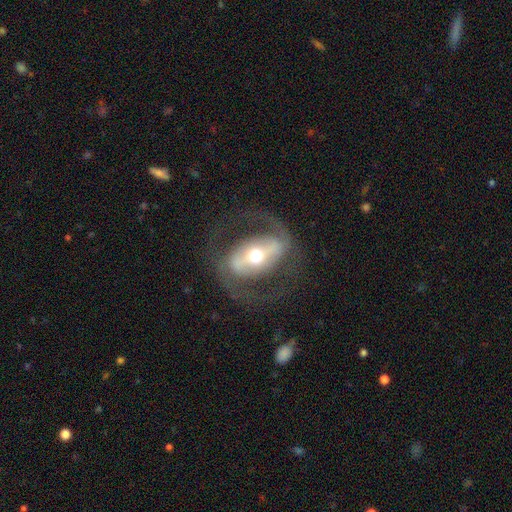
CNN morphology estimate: This appears to be a featured or disk galaxy (81%) with a strong bar (61%), 2 (86%) medium (50%) spiral arms (72%) and a moderate central bulge (67%). Merging: none (72%).